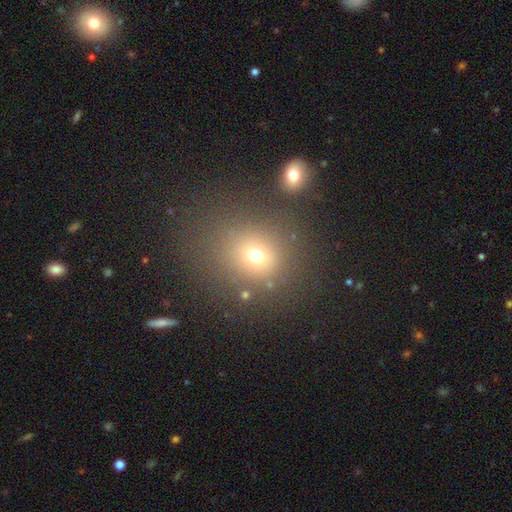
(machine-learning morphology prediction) smooth_or_featured: smooth (p=0.69) [alt: star or artifact p=0.21]
how_rounded: round (p=0.72) [alt: in between p=0.26]
merging: none (p=0.75) [alt: minor disturbance p=0.11]